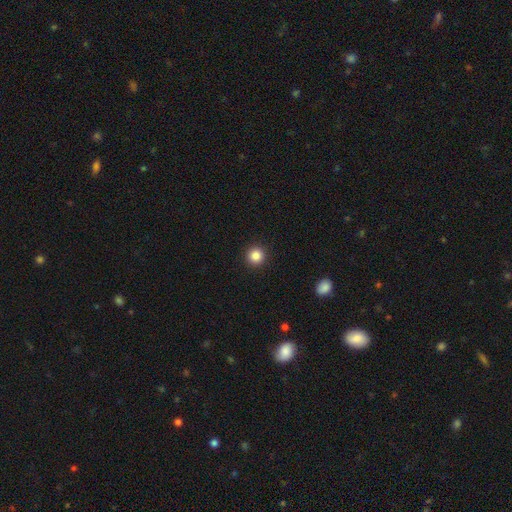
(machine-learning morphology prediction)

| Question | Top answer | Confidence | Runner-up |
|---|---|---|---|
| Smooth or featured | smooth | 86% | star or artifact (10%) |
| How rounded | round | 95% | in between (4%) |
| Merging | none | 93% | minor disturbance (4%) |